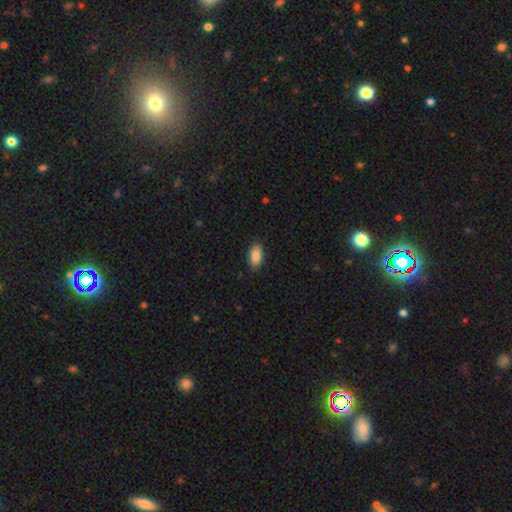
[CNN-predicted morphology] The model was most divided on "merging": none: 89%, minor disturbance: 8%, major disturbance: 2%, merger: 1%. More confident: how rounded — in between (93%); smooth or featured — smooth (88%).